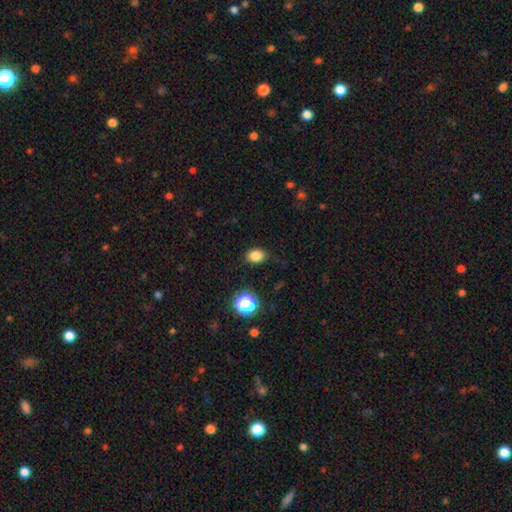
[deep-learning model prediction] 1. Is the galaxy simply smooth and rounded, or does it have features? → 83% smooth, 13% star or artifact, 5% featured or disk.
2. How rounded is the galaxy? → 59% in between, 40% round, 1% cigar-shaped.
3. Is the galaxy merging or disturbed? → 82% none, 13% minor disturbance, 3% major disturbance, 1% merger.